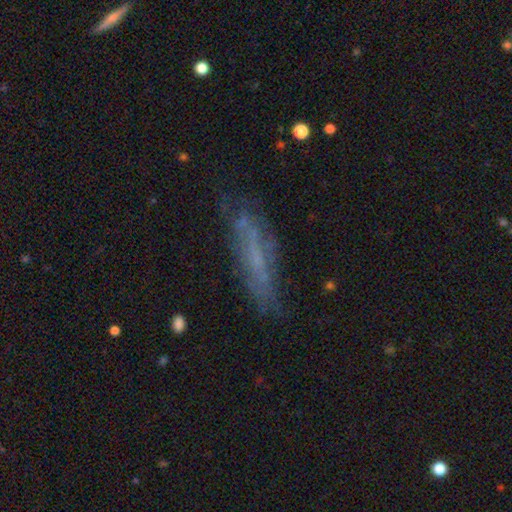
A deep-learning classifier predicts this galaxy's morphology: Smooth or featured?
  - featured or disk: 50% *
  - smooth: 40%
  - star or artifact: 10%
Merging?
  - none: 63% *
  - minor disturbance: 23%
  - major disturbance: 11%
  - merger: 3%